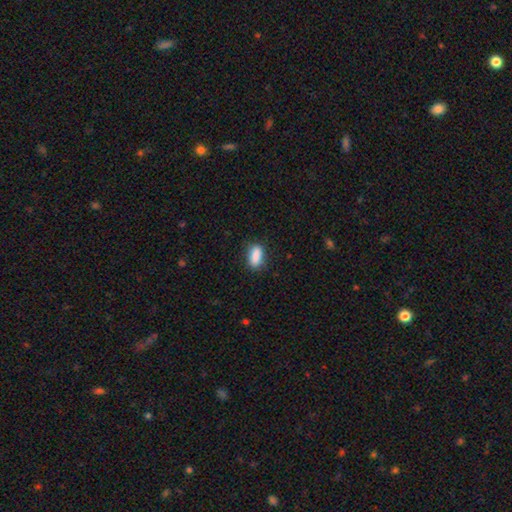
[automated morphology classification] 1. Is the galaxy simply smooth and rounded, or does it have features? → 88% smooth, 7% star or artifact, 4% featured or disk.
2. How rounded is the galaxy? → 82% in between, 14% cigar-shaped, 4% round.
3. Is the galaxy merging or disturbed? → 82% none, 14% minor disturbance, 3% major disturbance, 1% merger.